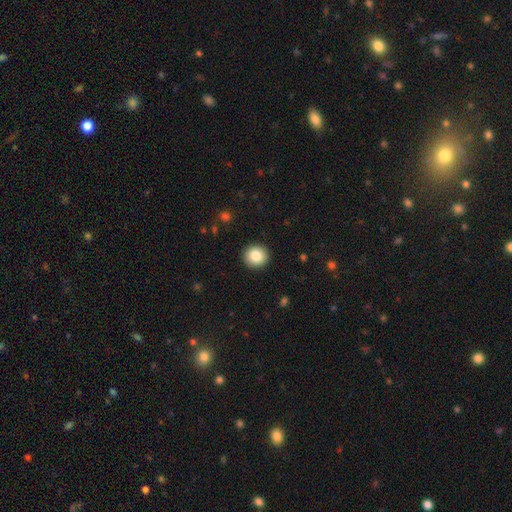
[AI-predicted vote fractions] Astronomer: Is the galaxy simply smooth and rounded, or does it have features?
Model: smooth — 85%.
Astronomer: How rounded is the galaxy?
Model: round — 91%.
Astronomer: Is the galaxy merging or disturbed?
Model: none — 92%.